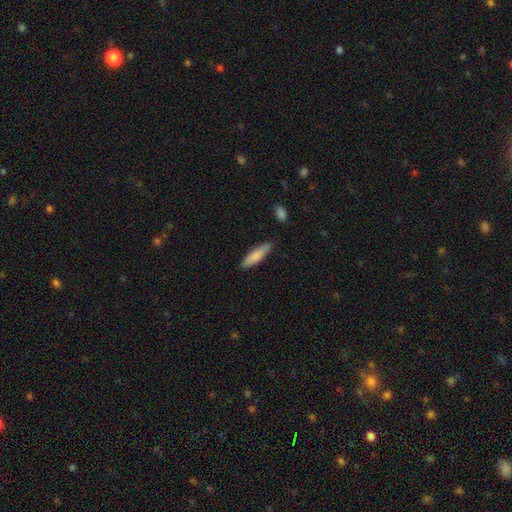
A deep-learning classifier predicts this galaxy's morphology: This is likely a smooth galaxy (80%). How rounded: likely cigar-shaped (70%). Merging: clearly none (82%).